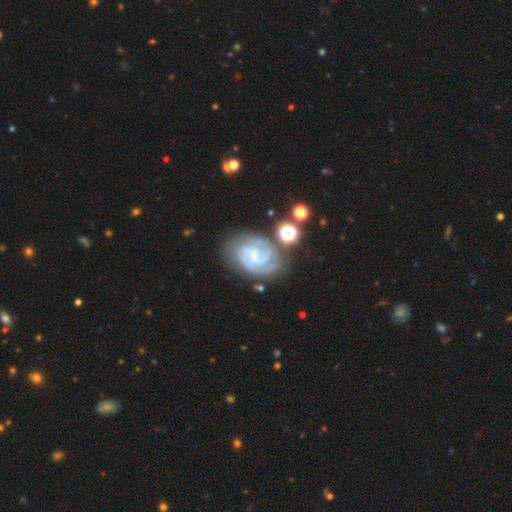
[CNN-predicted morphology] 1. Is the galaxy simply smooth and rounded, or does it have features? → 84% featured or disk, 9% smooth, 7% star or artifact.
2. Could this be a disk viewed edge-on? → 97% no, 3% yes.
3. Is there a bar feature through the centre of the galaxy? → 51% weak, 34% no, 15% strong.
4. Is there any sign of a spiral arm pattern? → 97% yes, 3% no.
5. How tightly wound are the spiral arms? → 60% tight, 34% medium, 6% loose.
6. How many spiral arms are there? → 59% 2, 18% 3, 13% can't tell, 4% 4, 3% 1, 3% more than 4.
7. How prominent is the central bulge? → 65% small, 18% moderate, 15% none, 2% large, 1% dominant.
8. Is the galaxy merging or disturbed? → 72% none, 16% minor disturbance, 6% major disturbance, 5% merger.